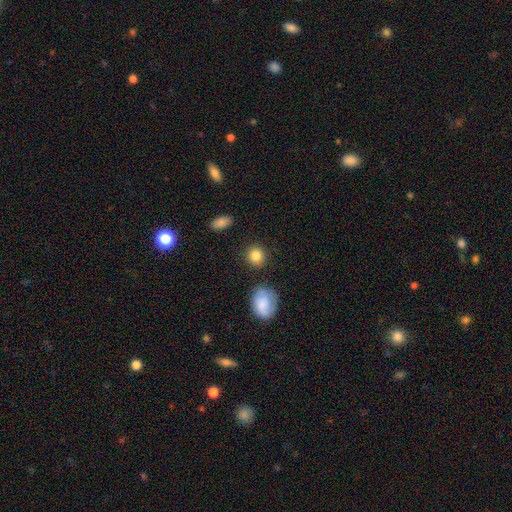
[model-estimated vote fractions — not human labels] Smooth or featured? smooth (86%)
How rounded? round (86%)
Merging? none (86%)